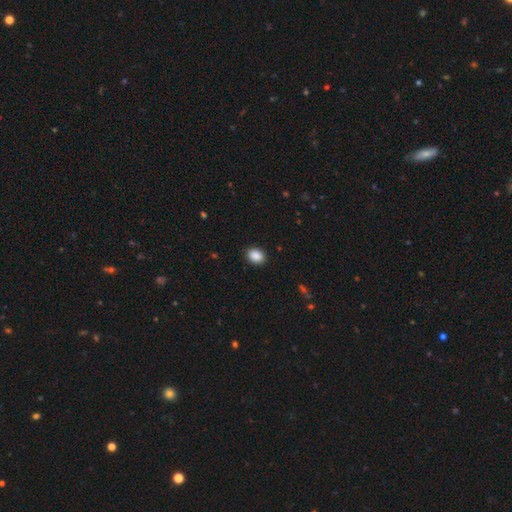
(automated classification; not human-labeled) The model was most divided on "how rounded": in between: 64%, round: 35%, cigar-shaped: 1%. More confident: merging — none (90%); smooth or featured — smooth (89%).